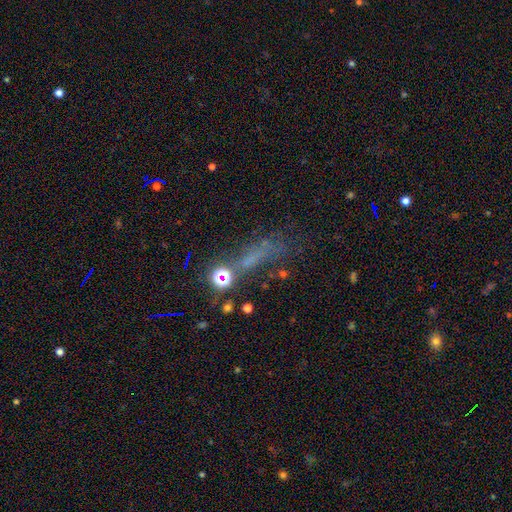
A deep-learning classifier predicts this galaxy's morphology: Q: Smooth or featured?
A: star or artifact (41%); runner-up: smooth (33%)